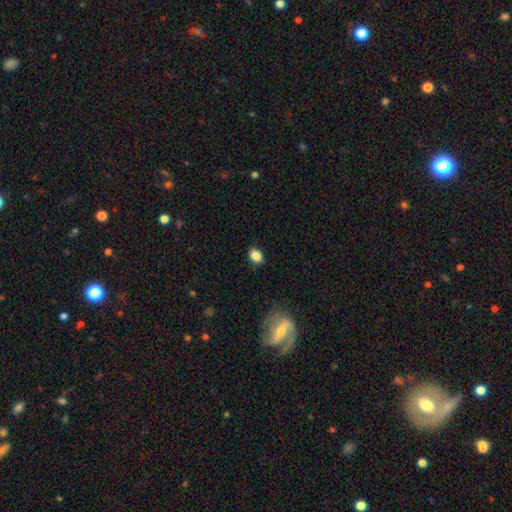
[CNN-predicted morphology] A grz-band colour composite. It shows a smooth galaxy with no disk features (85%) that is in between round and cigar-shaped (64%). Merging: none (83%).